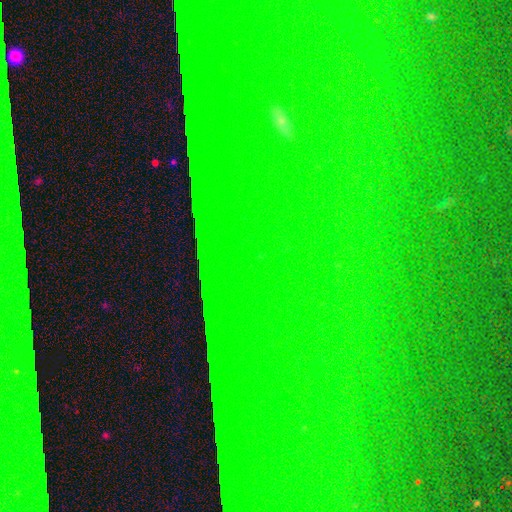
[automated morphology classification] Smooth or featured?
  - star or artifact: 85% *
  - featured or disk: 8%
  - smooth: 7%